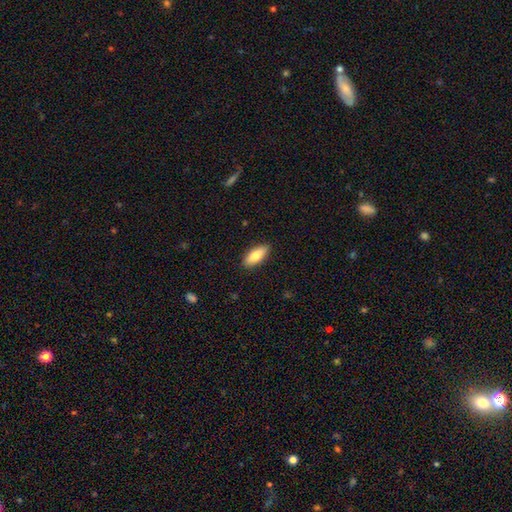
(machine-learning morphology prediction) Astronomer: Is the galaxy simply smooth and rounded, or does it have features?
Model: smooth — 84%.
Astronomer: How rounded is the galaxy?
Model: in between — 80%.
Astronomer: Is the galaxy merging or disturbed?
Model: none — 89%.